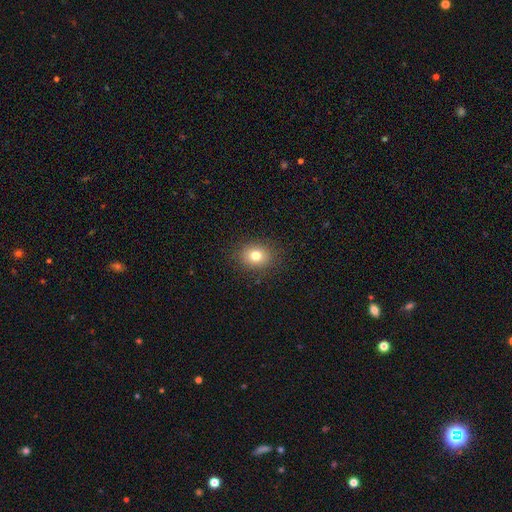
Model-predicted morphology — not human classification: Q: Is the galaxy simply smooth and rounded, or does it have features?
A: smooth — 78%.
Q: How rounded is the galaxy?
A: round — 57%.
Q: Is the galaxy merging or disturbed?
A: none — 87%.